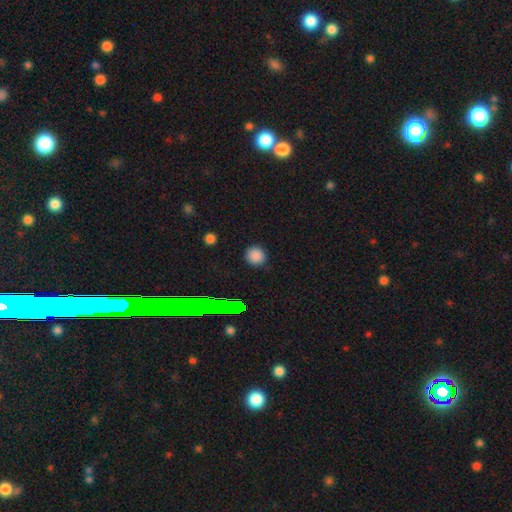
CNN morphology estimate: A smooth galaxy with no disk features (83%) that is round (93%). Merging: none (89%).